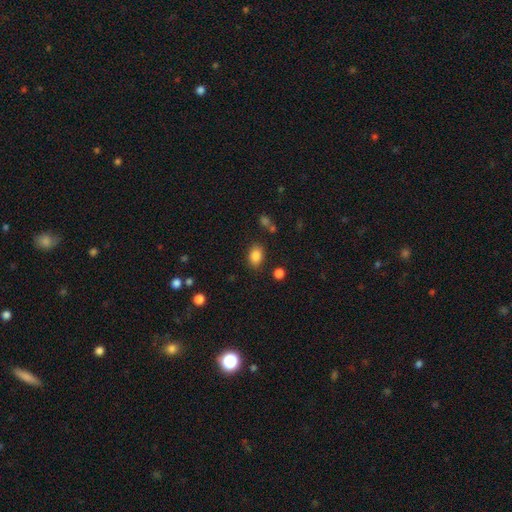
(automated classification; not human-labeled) Smooth or featured? Predicted: smooth (p=0.85). How rounded? Predicted: in between (p=0.72). Merging? Predicted: none (p=0.81).